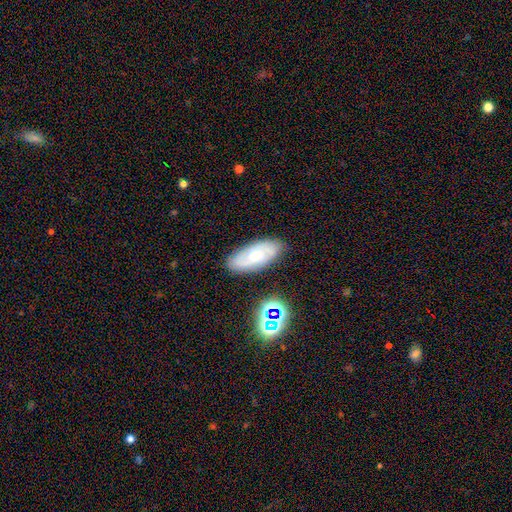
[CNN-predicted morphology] featured or disk 54%, smooth 36%, star or artifact 10%. Down the decision tree: edge-on disk — no (89%); merging — none (80%).